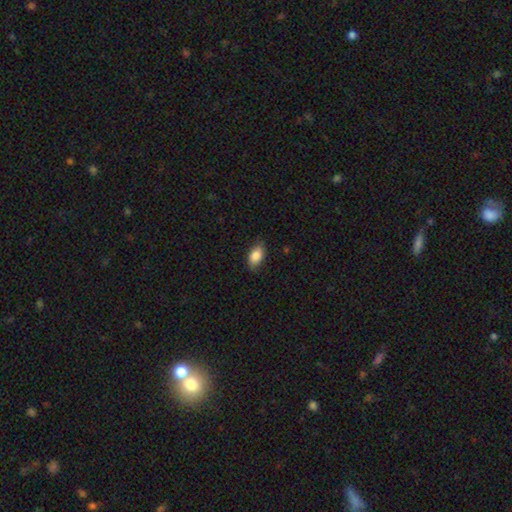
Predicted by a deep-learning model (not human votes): Morphology: type=smooth (86%); roundness=in between (91%); merging=none (82%).